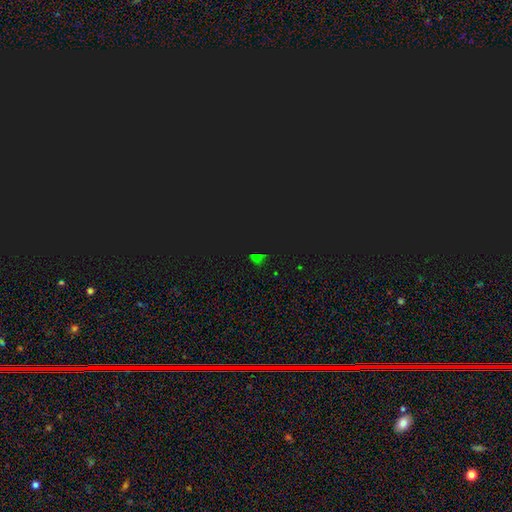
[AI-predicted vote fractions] Smooth or featured: star or artifact — 72% (smooth — 20%)